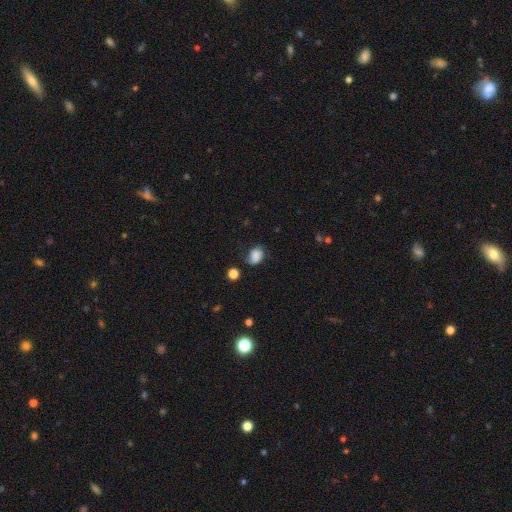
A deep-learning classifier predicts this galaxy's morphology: Smooth or featured: smooth — 71% (featured or disk — 18%)
How rounded: in between — 64% (round — 35%)
Merging: none — 53% (minor disturbance — 31%)